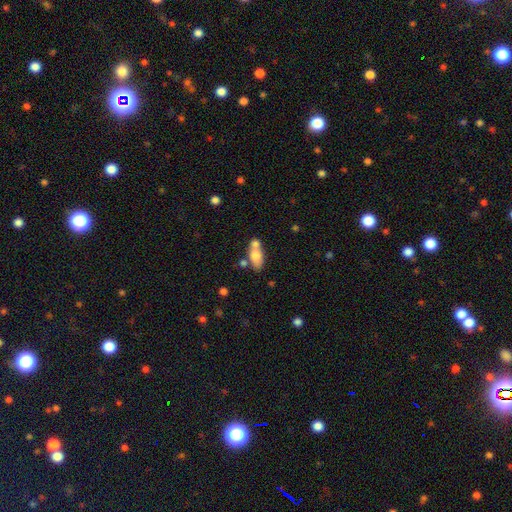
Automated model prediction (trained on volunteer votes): A smooth galaxy with no disk features (72%) that is in between round and cigar-shaped (80%). Merging: none (42%).